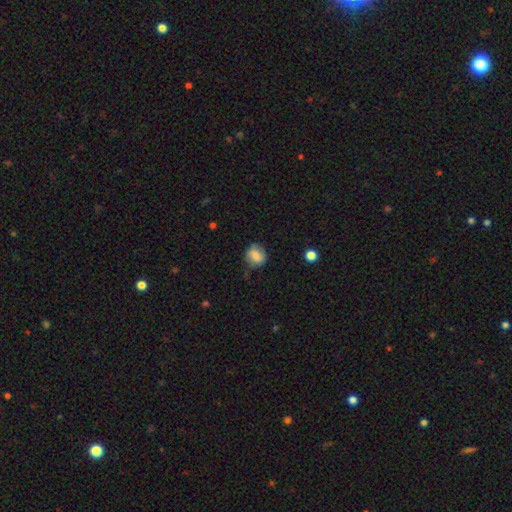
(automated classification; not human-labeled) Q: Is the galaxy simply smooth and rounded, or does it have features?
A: smooth — 71%.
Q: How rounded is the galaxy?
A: round — 71%.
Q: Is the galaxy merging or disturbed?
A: none — 67%.